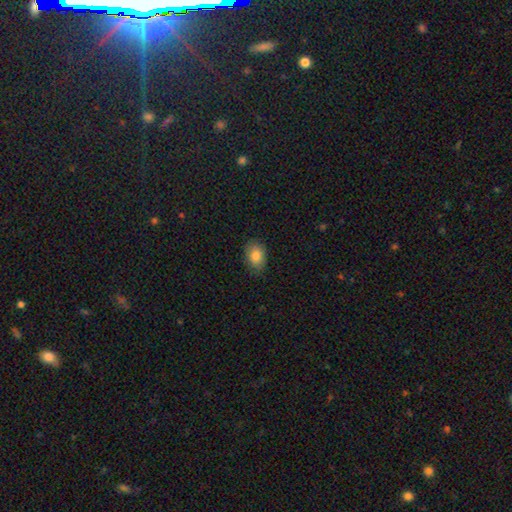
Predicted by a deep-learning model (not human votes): Smooth or featured?
  - smooth: 85% *
  - star or artifact: 8%
  - featured or disk: 7%
How rounded?
  - in between: 80% *
  - round: 19%
  - cigar-shaped: 1%
Merging?
  - none: 82% *
  - minor disturbance: 14%
  - major disturbance: 3%
  - merger: 1%